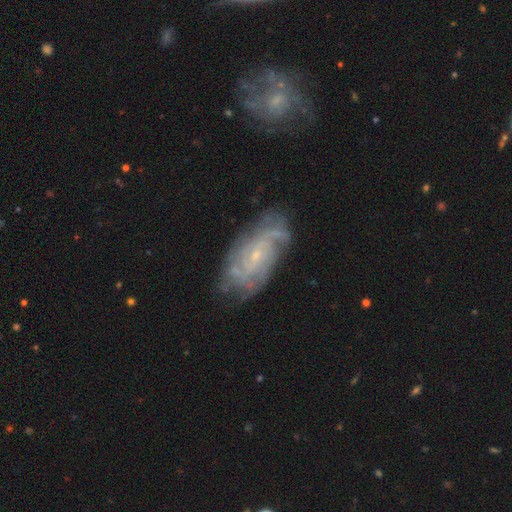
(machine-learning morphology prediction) This is likely a featured or disk galaxy (80%). It is clearly not viewed edge-on (94%). Bar: likely no (63%). Spiral arm pattern: clearly yes (92%). Spiral arm count: marginally can't tell (42%). Spiral winding: possibly tight (53%). Central bulge: likely small (80%). Merging: likely none (70%).